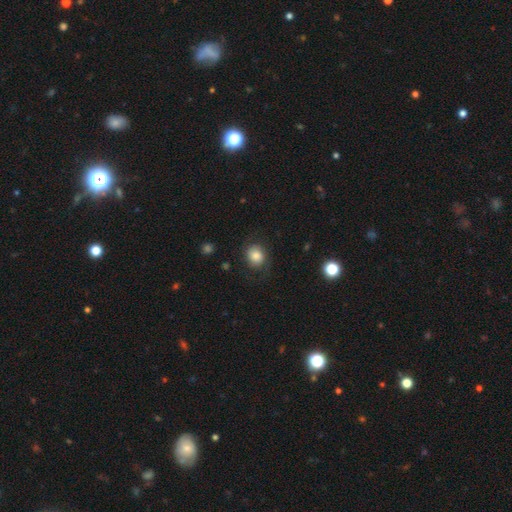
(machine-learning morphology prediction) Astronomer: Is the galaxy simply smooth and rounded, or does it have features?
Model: smooth — 77%.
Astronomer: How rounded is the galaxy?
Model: round — 72%.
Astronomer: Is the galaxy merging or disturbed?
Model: none — 73%.